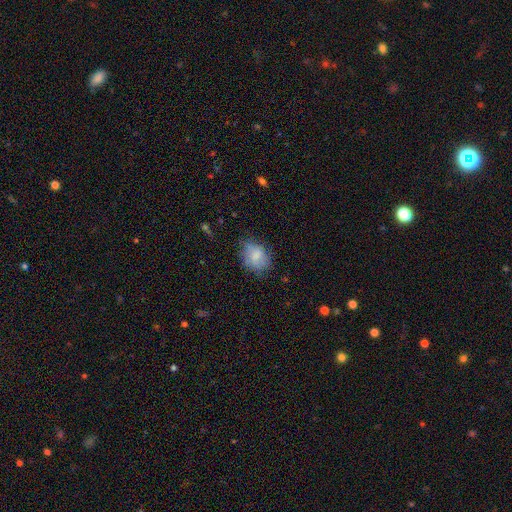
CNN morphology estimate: Smooth or featured? smooth (70%)
How rounded? in between (58%)
Merging? none (58%)